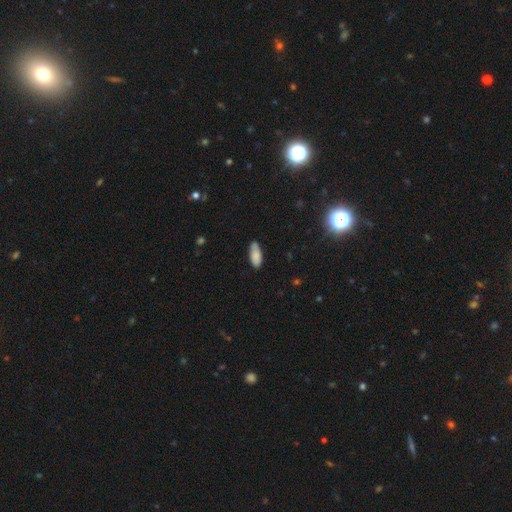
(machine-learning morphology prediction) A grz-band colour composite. It shows a smooth galaxy with no disk features (83%) that is in between round and cigar-shaped (81%). Merging: none (72%).